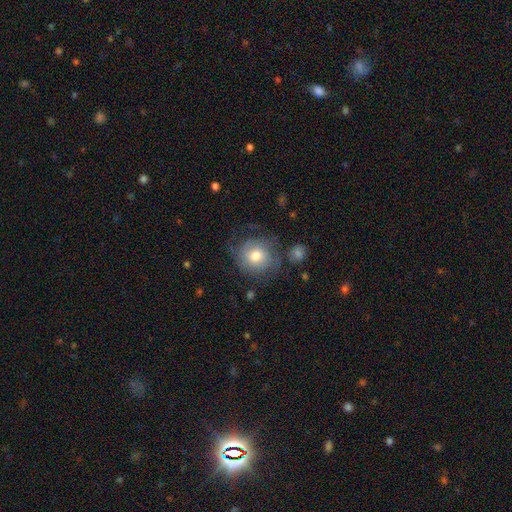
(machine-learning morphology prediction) A smooth galaxy with no disk features (60%) that is round (85%). Merging: none (63%).